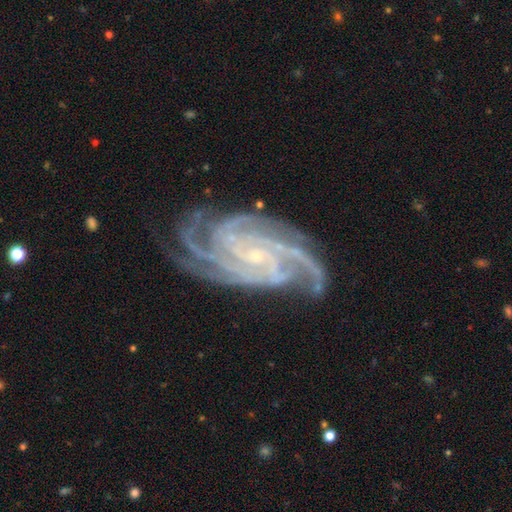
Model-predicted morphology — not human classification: This appears to be a featured or disk galaxy (93%) with no bar (52%), 4 (42%) tight (68%) spiral arms (99%) and a small central bulge (84%). Merging: none (76%).